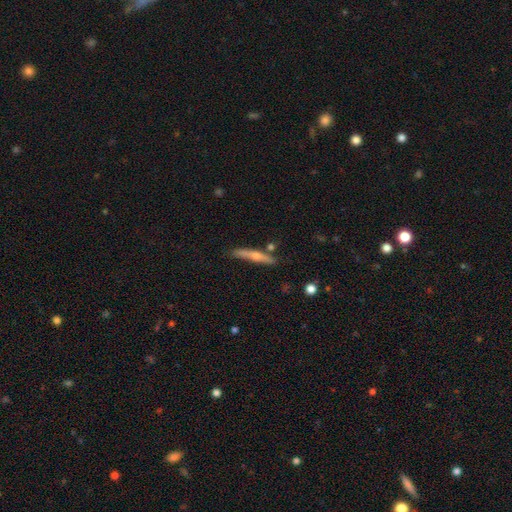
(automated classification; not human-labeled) smooth_or_featured: smooth (p=0.48) [alt: featured or disk p=0.46]
merging: none (p=0.75) [alt: minor disturbance p=0.15]